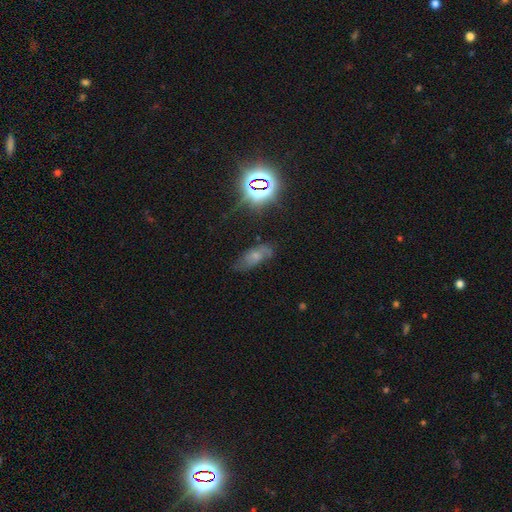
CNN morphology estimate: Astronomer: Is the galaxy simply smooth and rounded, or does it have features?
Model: smooth — 42% (runner-up: featured or disk, 34%).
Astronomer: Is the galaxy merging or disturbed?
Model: none — 58%.